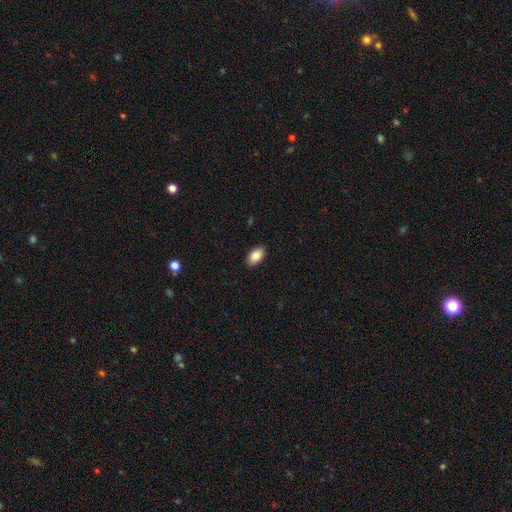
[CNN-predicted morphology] type=smooth (87%); roundness=in between (94%); merging=none (89%).